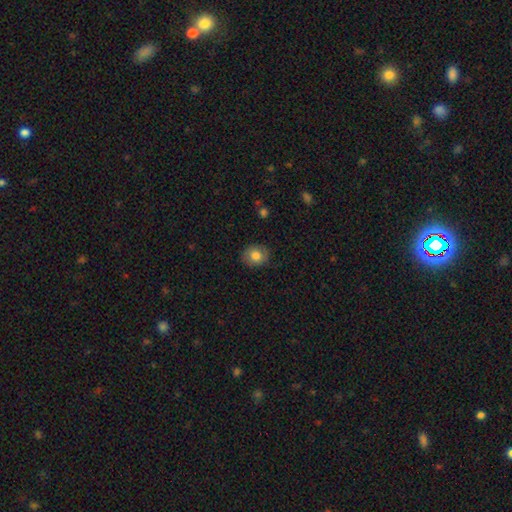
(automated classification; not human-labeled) smooth_or_featured: smooth (p=0.76) [alt: featured or disk p=0.15]
how_rounded: round (p=0.66) [alt: in between p=0.33]
merging: none (p=0.82) [alt: minor disturbance p=0.13]